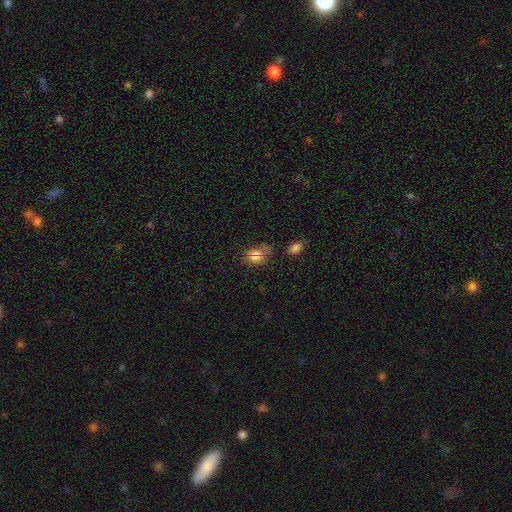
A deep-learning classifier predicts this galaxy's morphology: Q: Smooth or featured?
A: smooth (60%); runner-up: star or artifact (31%)
Q: How rounded?
A: in between (58%); runner-up: round (39%)
Q: Merging?
A: none (69%); runner-up: minor disturbance (16%)